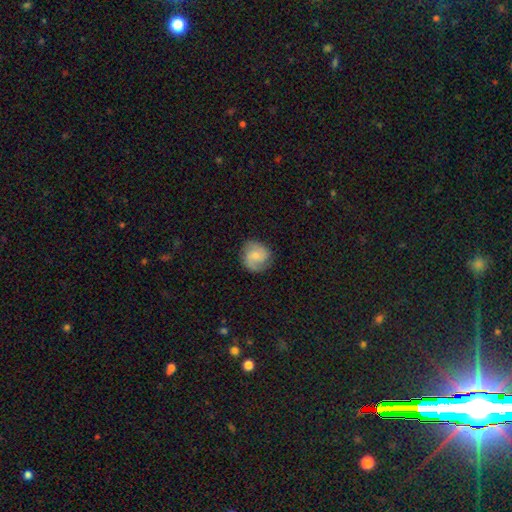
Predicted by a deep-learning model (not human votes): This appears to be a featured or disk galaxy (52%) with no bar (57%), spiral arms (92%) and a small central bulge (56%). Merging: none (81%).